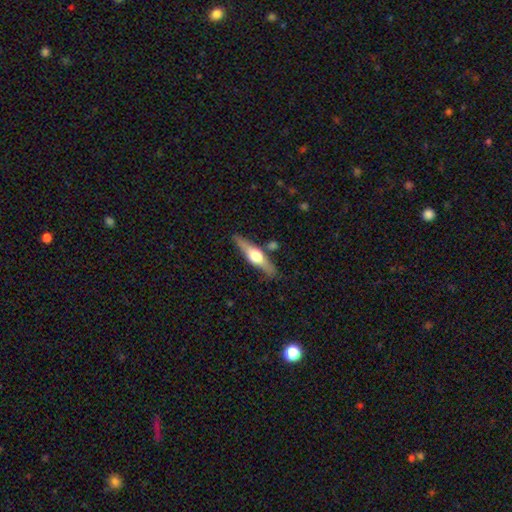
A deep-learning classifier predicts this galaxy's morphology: Smooth or featured? Predicted: featured or disk (p=0.68). Edge-on disk? Predicted: yes (p=0.96). Edge-on bulge? Predicted: rounded (p=0.95). Merging? Predicted: none (p=0.84).